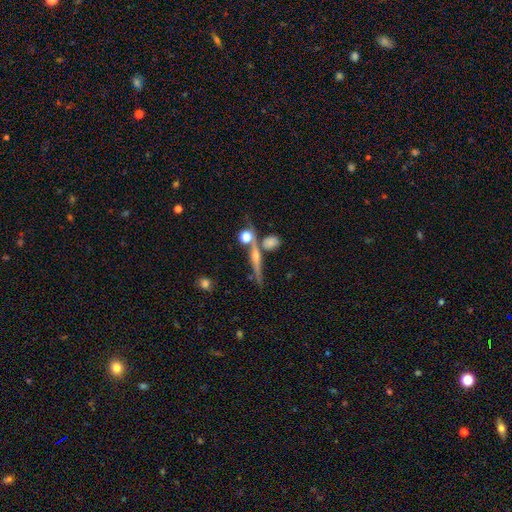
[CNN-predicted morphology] The model was most divided on "smooth or featured": featured or disk: 57%, smooth: 29%, star or artifact: 15%. More confident: edge-on disk — yes (88%); merging — none (62%).